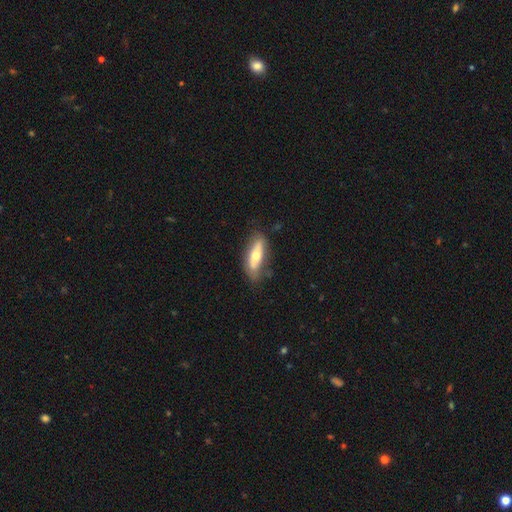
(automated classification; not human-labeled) The model was most divided on "smooth or featured": smooth: 50%, featured or disk: 44%, star or artifact: 6%. More confident: merging — none (72%); how rounded — in between (55%).